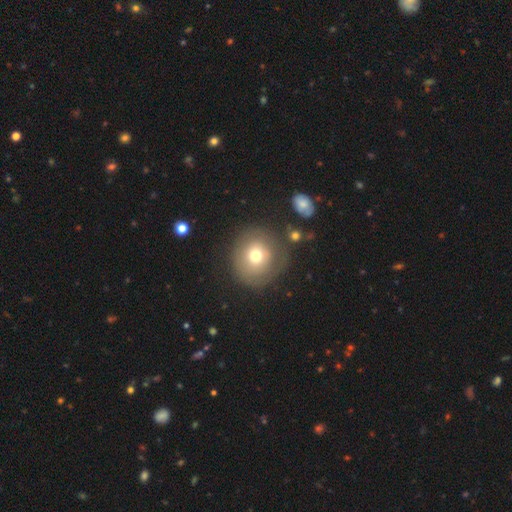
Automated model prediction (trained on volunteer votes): This is likely a smooth galaxy (67%). How rounded: clearly round (89%). Merging: likely none (69%).